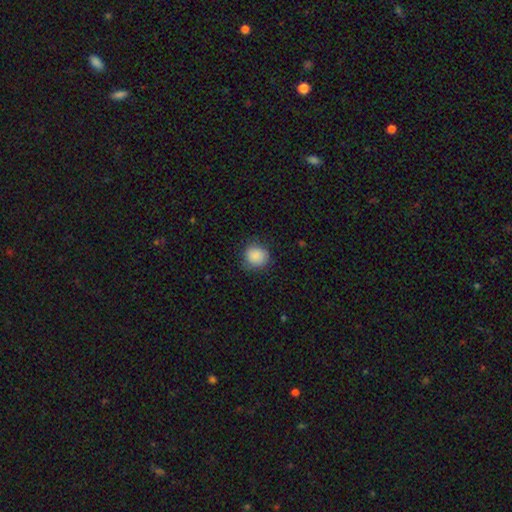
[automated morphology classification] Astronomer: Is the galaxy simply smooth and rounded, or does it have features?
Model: smooth — 87%.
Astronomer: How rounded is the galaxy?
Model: round — 86%.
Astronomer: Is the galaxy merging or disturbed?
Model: none — 80%.